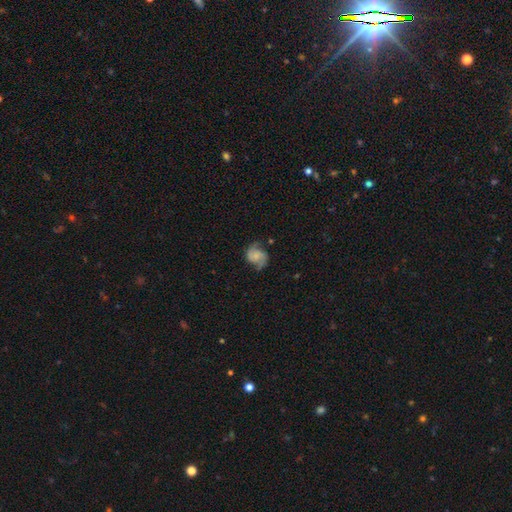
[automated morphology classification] featured or disk 72%, smooth 21%, star or artifact 7%. Down the decision tree: edge-on disk — no (98%); bar — no (64%); spiral arms — yes (94%); spiral arm count — 2 (88%); spiral winding — medium (48%); bulge size — small (47%); merging — none (66%).